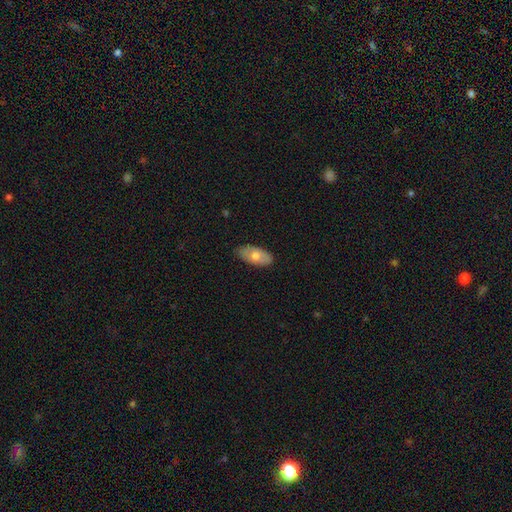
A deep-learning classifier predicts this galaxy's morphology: The model was most divided on "smooth or featured": smooth: 69%, featured or disk: 25%, star or artifact: 6%. More confident: how rounded — in between (92%); merging — none (83%).